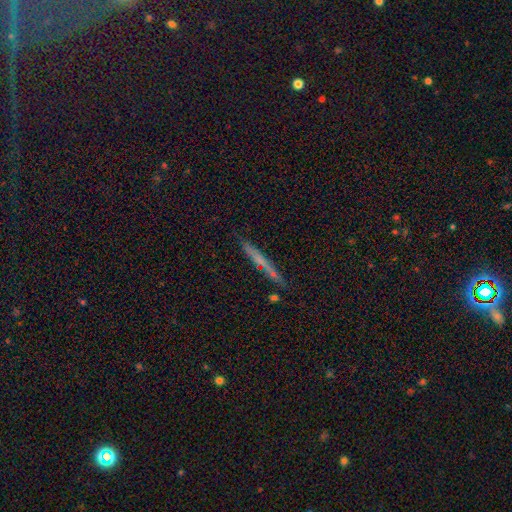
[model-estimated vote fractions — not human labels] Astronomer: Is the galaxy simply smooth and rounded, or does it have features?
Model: smooth — 49% (runner-up: featured or disk, 39%).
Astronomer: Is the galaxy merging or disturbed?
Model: none — 84%.